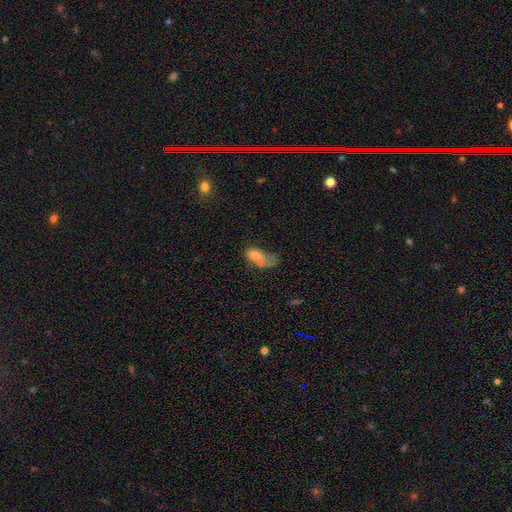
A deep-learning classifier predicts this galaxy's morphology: type=smooth (67%); roundness=in between (82%); merging=major disturbance (36%).